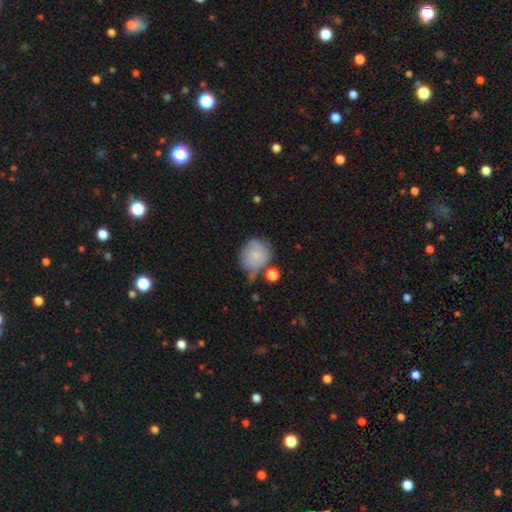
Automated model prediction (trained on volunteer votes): A smooth galaxy with no disk features (68%) that is round (76%).

Vote fractions:
- Smooth or featured? smooth: 68% / featured or disk: 23% / star or artifact: 8%
- How rounded? round: 76% / in between: 23% / cigar-shaped: 1%
- Merging? none: 39% / minor disturbance: 32% / major disturbance: 16% / merger: 12%